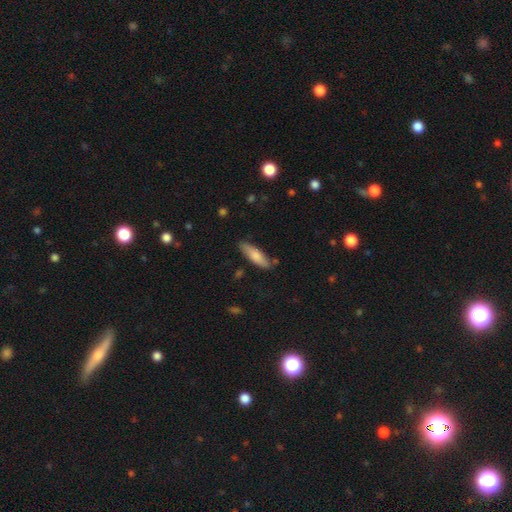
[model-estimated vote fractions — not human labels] Q: Smooth or featured?
A: smooth (75%); runner-up: featured or disk (19%)
Q: How rounded?
A: cigar-shaped (57%); runner-up: in between (41%)
Q: Merging?
A: none (79%); runner-up: minor disturbance (15%)